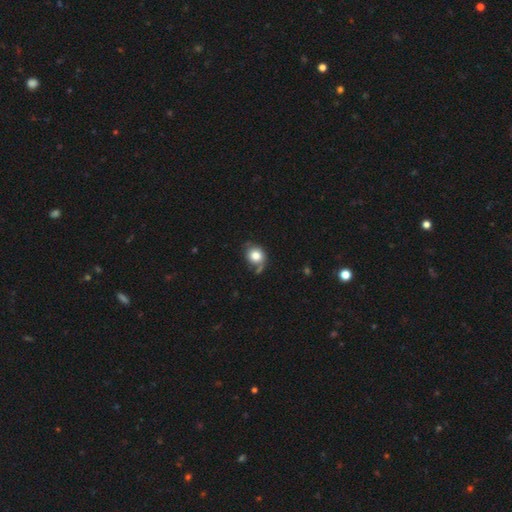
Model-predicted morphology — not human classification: This is likely a smooth galaxy (80%). How rounded: likely round (70%). Merging: possibly none (58%).